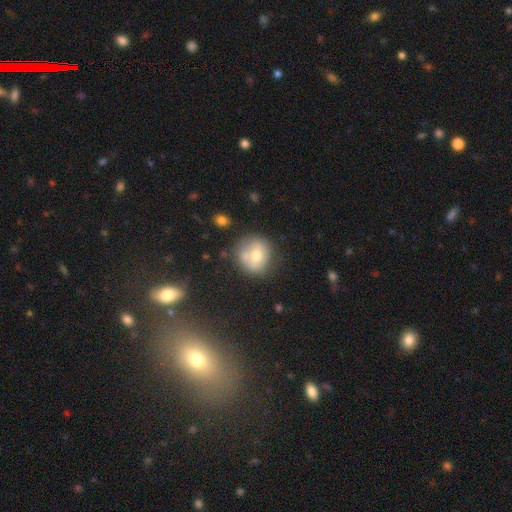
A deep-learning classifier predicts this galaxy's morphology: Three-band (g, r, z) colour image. It shows a smooth galaxy with no disk features (61%) that is round (86%). Merging: none (60%).